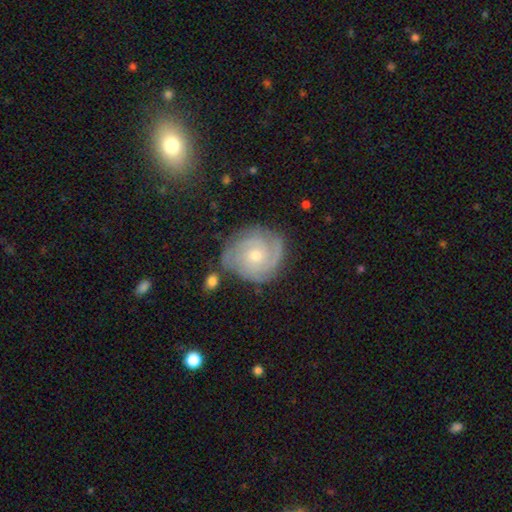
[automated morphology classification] A featured or disk galaxy (83%) with no bar (74%), 3 (34%) tight (73%) spiral arms (96%) and a moderate central bulge (58%).

Vote fractions:
- Smooth or featured? featured or disk: 83% / smooth: 11% / star or artifact: 6%
- Edge-on disk? no: 98% / yes: 2%
- Bar? no: 74% / weak: 23% / strong: 3%
- Spiral arms? yes: 96% / no: 4%
- Spiral winding? tight: 73% / medium: 23% / loose: 5%
- Spiral arm count? 3: 34% / 2: 29% / can't tell: 20% / 4: 7% / 1: 5% / more than 4: 5%
- Bulge size? moderate: 58% / small: 38% / large: 2% / none: 1% / dominant: 1%
- Merging? none: 76% / minor disturbance: 17% / major disturbance: 5% / merger: 3%